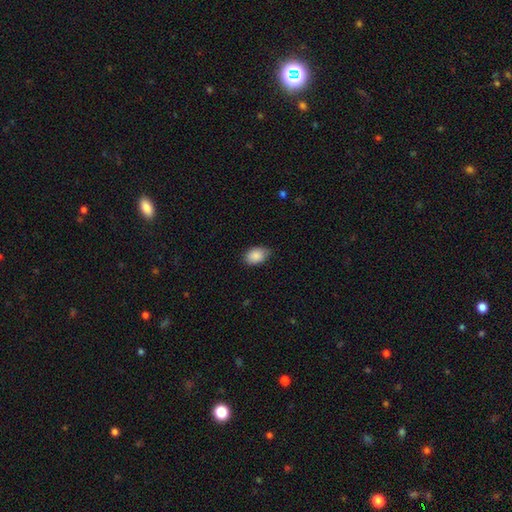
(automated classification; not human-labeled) A smooth galaxy with no disk features (89%) that is in between round and cigar-shaped (85%). Merging: none (77%).